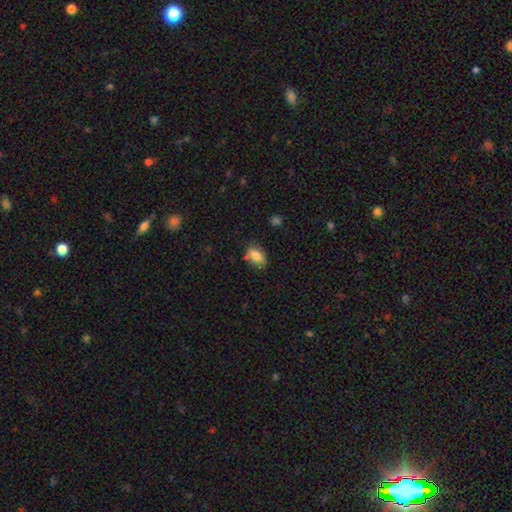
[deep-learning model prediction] Morphology: type=smooth (81%); roundness=in between (88%); merging=none (67%).